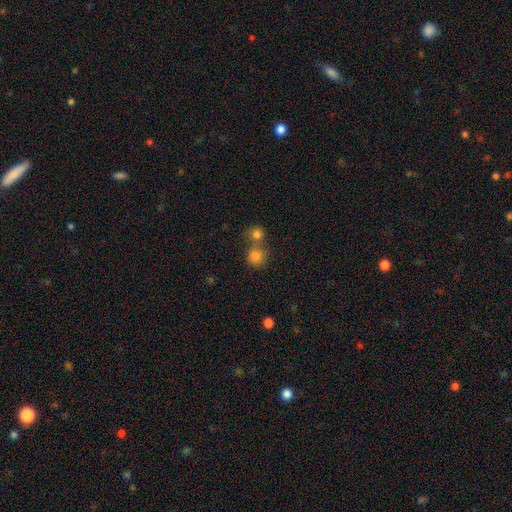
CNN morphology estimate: smooth-or-featured: smooth: 80% | star or artifact: 13% | featured or disk: 7%
  how-rounded: round: 87% | in between: 12% | cigar-shaped: 1%
  merging: none: 50% | merger: 40% | minor disturbance: 7% | major disturbance: 3%